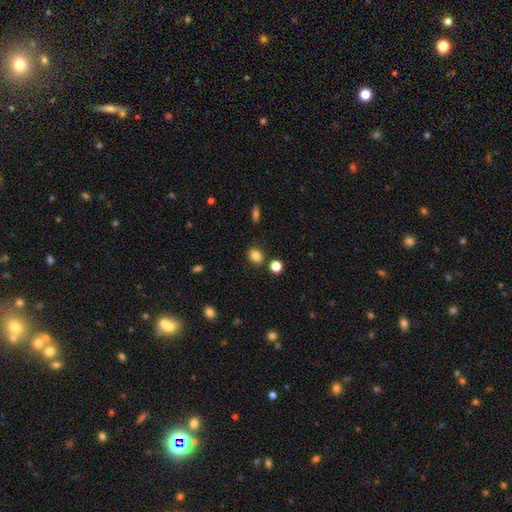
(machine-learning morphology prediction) Smooth or featured?
  - smooth: 83% *
  - star or artifact: 11%
  - featured or disk: 5%
How rounded?
  - round: 55% *
  - in between: 44%
  - cigar-shaped: 1%
Merging?
  - none: 82% *
  - minor disturbance: 10%
  - merger: 5%
  - major disturbance: 3%